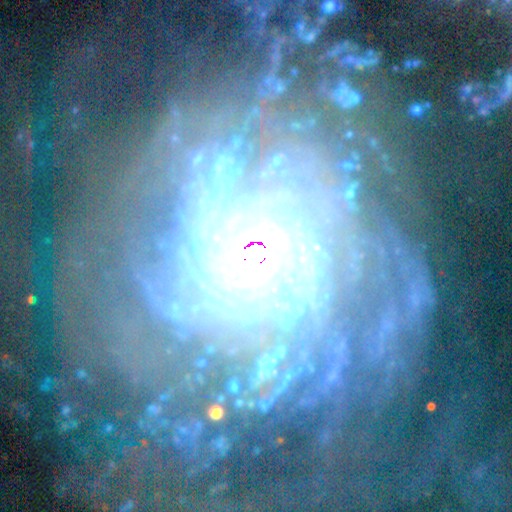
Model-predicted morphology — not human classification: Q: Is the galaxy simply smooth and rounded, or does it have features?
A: featured or disk — 86%.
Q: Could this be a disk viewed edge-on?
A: no — 96%.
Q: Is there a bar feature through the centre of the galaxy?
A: no — 53%.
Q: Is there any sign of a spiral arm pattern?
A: yes — 92%.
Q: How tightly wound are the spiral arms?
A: tight — 65%.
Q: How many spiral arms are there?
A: can't tell — 27%.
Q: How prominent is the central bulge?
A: large — 40%.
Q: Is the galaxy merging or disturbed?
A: none — 63%.